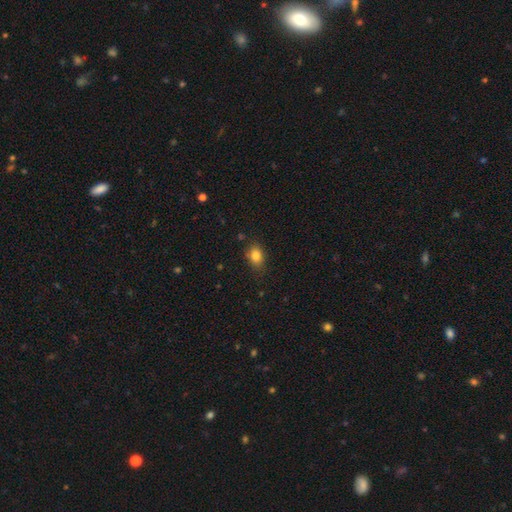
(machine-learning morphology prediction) This appears to be a smooth galaxy with no disk features (83%) that is in between round and cigar-shaped (68%). Merging: none (80%).